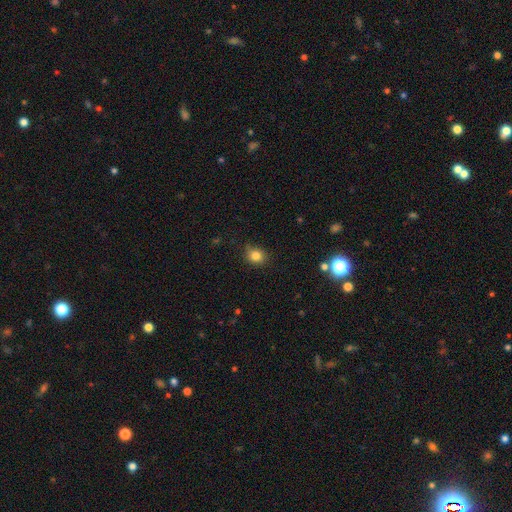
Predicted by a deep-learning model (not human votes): Smooth or featured?
  - smooth: 82% *
  - star or artifact: 12%
  - featured or disk: 6%
How rounded?
  - round: 70% *
  - in between: 29%
  - cigar-shaped: 1%
Merging?
  - none: 84% *
  - minor disturbance: 12%
  - major disturbance: 3%
  - merger: 1%